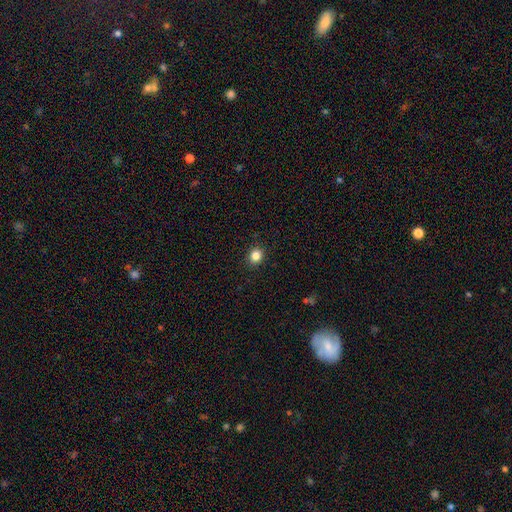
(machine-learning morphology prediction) Overall: smooth (84%). How rounded: round (78%). Merging: none (91%).